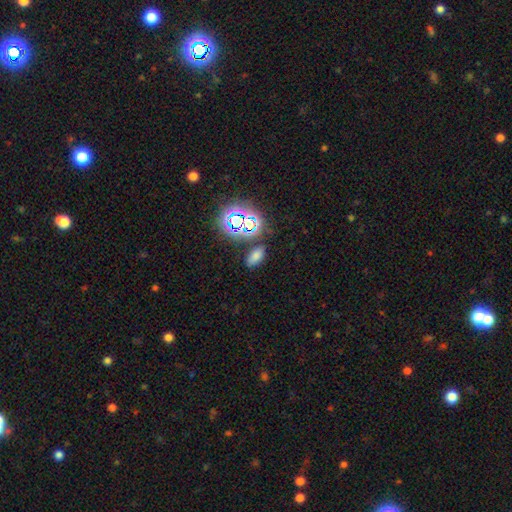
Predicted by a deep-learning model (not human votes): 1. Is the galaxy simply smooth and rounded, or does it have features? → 65% smooth, 27% star or artifact, 7% featured or disk.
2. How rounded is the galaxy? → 89% in between, 7% round, 4% cigar-shaped.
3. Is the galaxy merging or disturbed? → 80% none, 11% minor disturbance, 5% merger, 4% major disturbance.